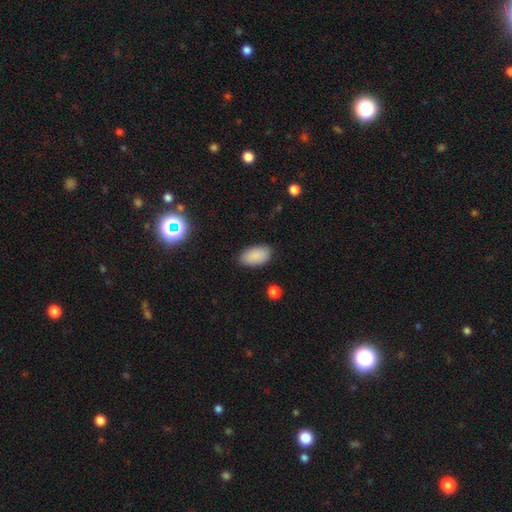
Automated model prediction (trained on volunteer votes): Q: Smooth or featured?
A: smooth (88%); runner-up: star or artifact (7%)
Q: How rounded?
A: in between (94%); runner-up: round (4%)
Q: Merging?
A: none (85%); runner-up: minor disturbance (11%)